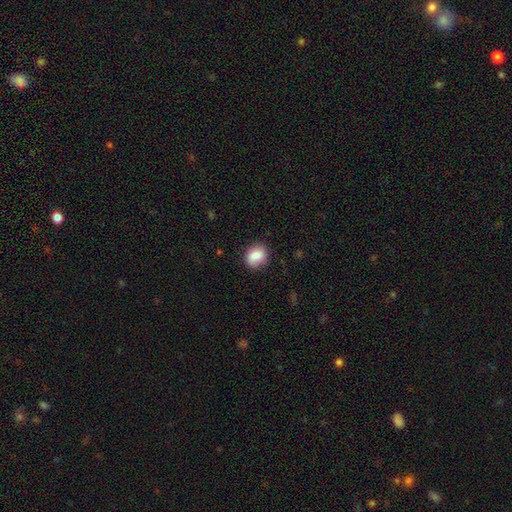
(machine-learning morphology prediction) smooth-or-featured: smooth: 86% | star or artifact: 8% | featured or disk: 7%
  how-rounded: round: 54% | in between: 45% | cigar-shaped: 1%
  merging: none: 84% | minor disturbance: 12% | major disturbance: 3% | merger: 1%